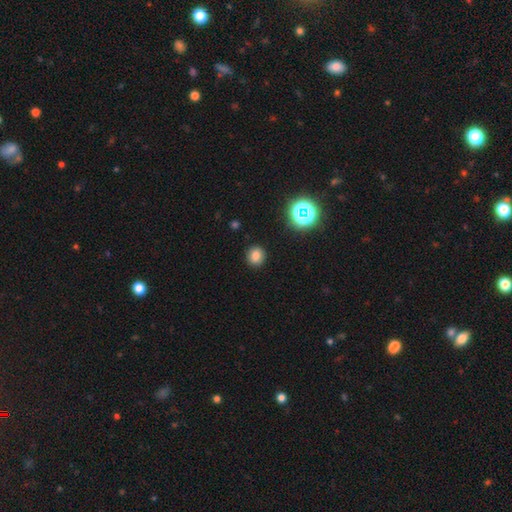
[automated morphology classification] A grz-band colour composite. It shows a smooth galaxy with no disk features (78%) that is round (86%). Merging: none (90%).